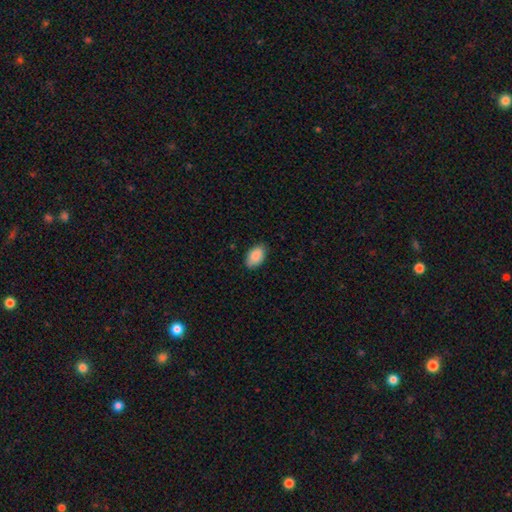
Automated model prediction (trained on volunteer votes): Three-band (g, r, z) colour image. It shows a smooth galaxy with no disk features (88%) that is in between round and cigar-shaped (92%). Merging: none (84%).